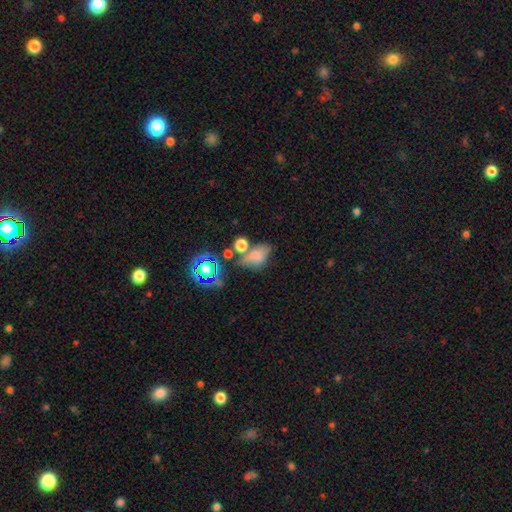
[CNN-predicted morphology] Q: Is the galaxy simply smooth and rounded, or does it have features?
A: smooth — 64%.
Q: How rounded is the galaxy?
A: in between — 79%.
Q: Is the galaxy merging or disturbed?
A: none — 39%.